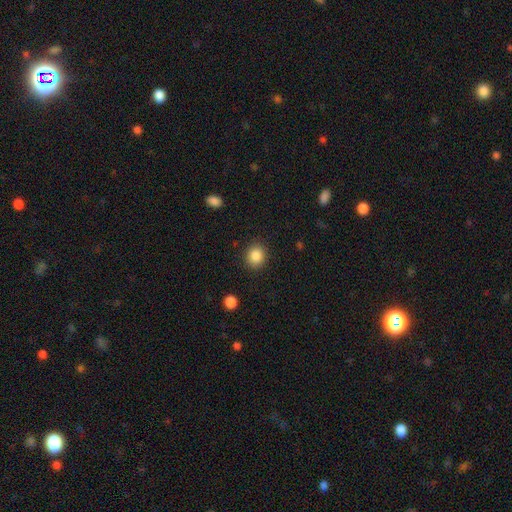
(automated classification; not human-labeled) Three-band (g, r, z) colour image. It shows a smooth galaxy with no disk features (86%) that is round (79%). Merging: none (89%).